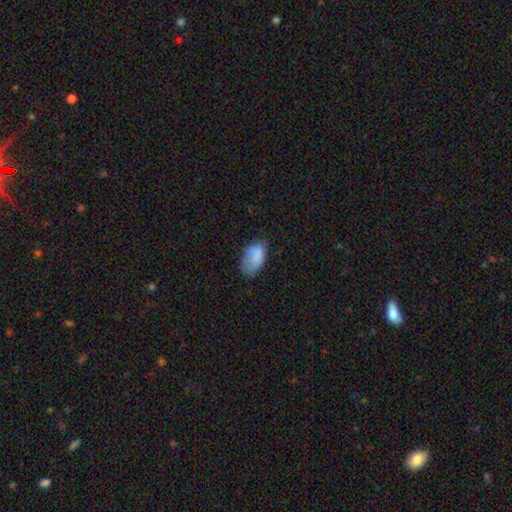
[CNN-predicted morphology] Smooth or featured? smooth (84%)
How rounded? in between (93%)
Merging? none (56%)